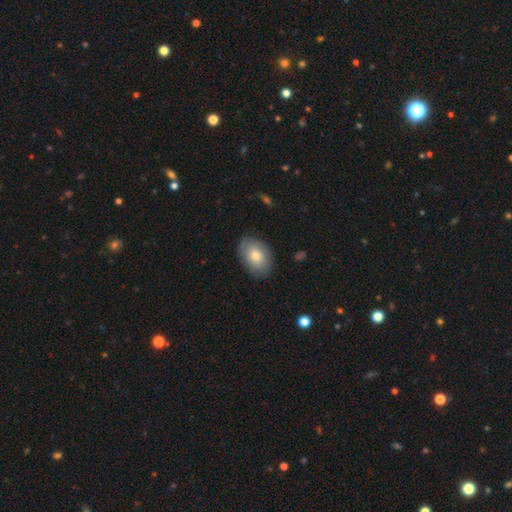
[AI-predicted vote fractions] Smooth or featured?
  - smooth: 74% *
  - featured or disk: 18%
  - star or artifact: 8%
How rounded?
  - in between: 79% *
  - round: 20%
  - cigar-shaped: 1%
Merging?
  - none: 83% *
  - minor disturbance: 13%
  - major disturbance: 3%
  - merger: 1%